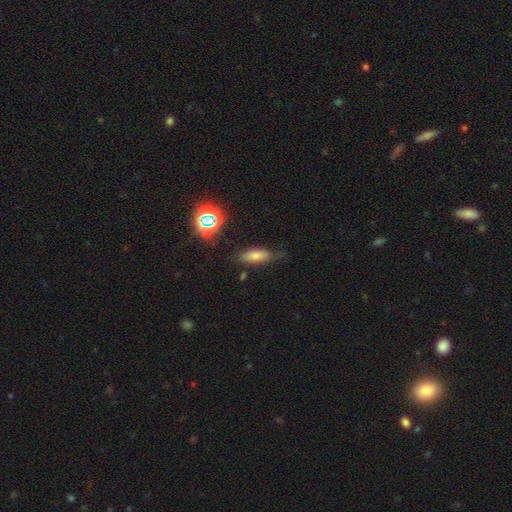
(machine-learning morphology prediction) Overall: smooth (70%). How rounded: in between (71%). Merging: none (68%).